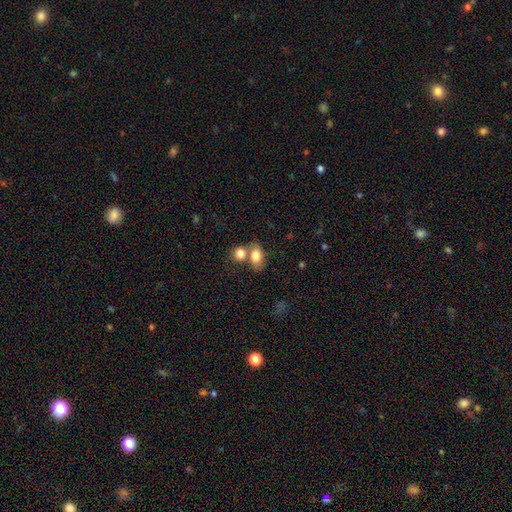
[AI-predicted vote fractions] Smooth or featured? smooth (80%)
How rounded? in between (75%)
Merging? merger (46%)